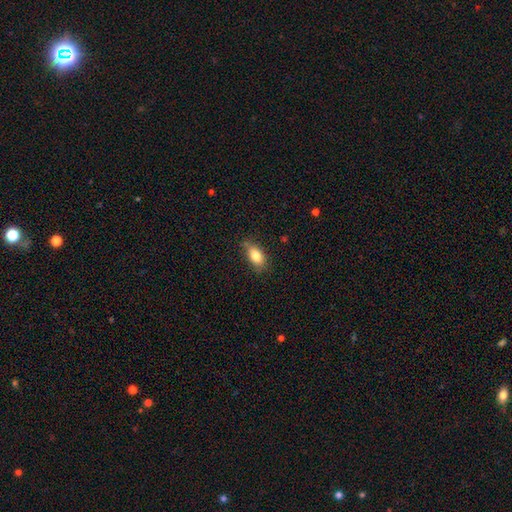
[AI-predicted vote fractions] Smooth or featured: smooth — 82% (featured or disk — 10%)
How rounded: in between — 87% (round — 7%)
Merging: none — 70% (minor disturbance — 23%)